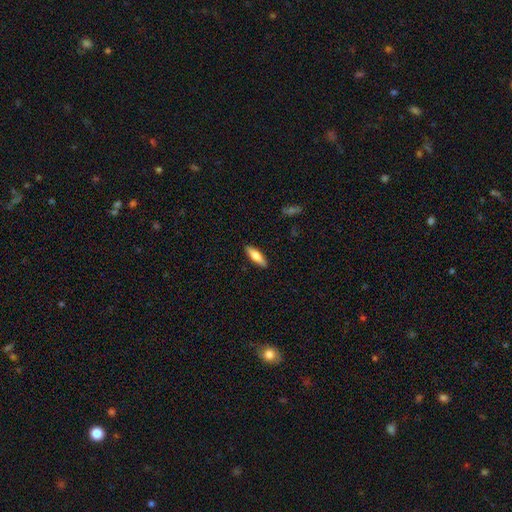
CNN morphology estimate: Q: Smooth or featured?
A: smooth (65%); runner-up: featured or disk (29%)
Q: How rounded?
A: cigar-shaped (58%); runner-up: in between (40%)
Q: Merging?
A: none (90%); runner-up: minor disturbance (7%)